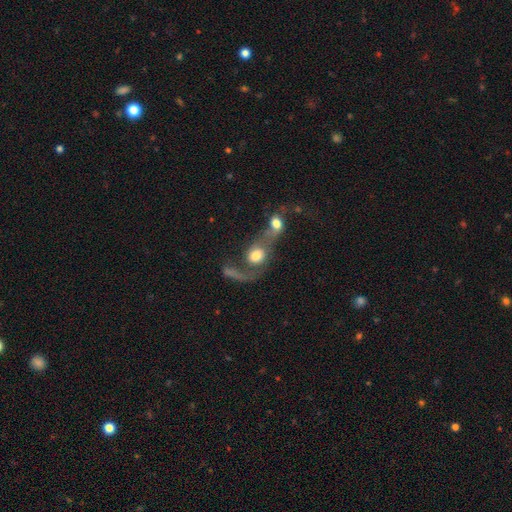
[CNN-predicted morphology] Smooth or featured: smooth — 52% (featured or disk — 38%)
How rounded: round — 60% (in between — 37%)
Merging: merger — 72% (major disturbance — 13%)